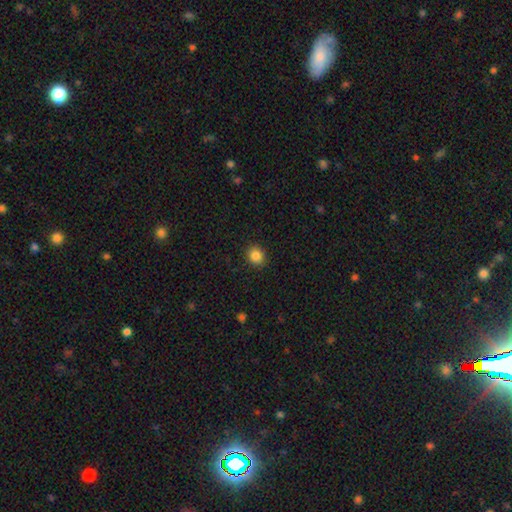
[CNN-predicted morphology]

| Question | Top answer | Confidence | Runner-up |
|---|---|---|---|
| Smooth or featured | smooth | 86% | star or artifact (10%) |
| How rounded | round | 77% | in between (22%) |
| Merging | none | 90% | minor disturbance (7%) |